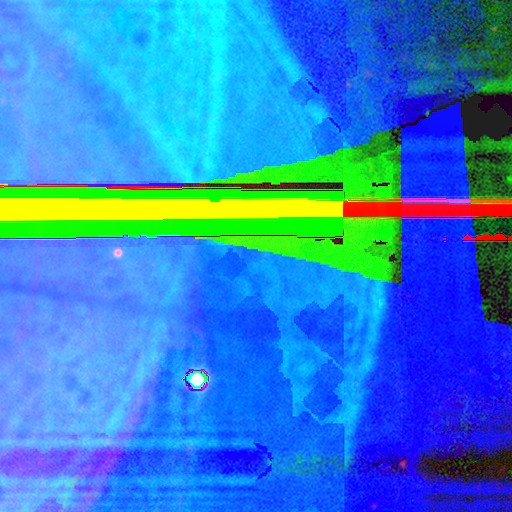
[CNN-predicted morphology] Overall: star or artifact (84%).